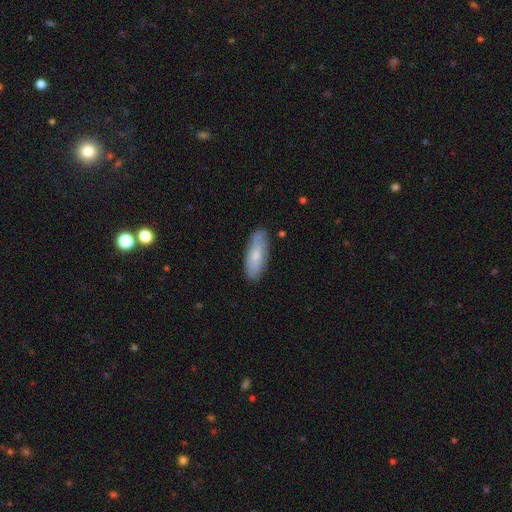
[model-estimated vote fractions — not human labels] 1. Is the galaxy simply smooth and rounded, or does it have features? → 73% smooth, 21% featured or disk, 6% star or artifact.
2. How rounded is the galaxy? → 63% in between, 35% cigar-shaped, 2% round.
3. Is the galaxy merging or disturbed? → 83% none, 13% minor disturbance, 2% major disturbance, 1% merger.